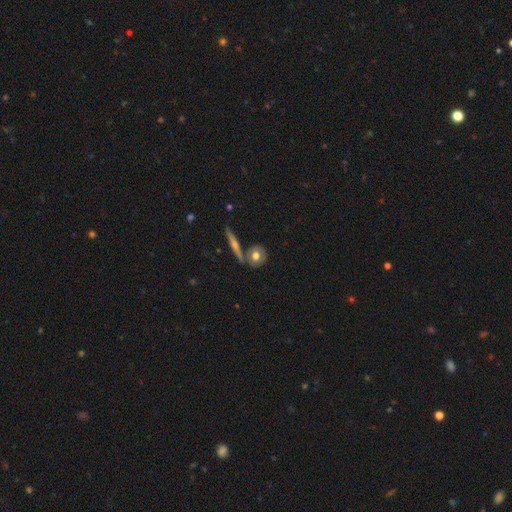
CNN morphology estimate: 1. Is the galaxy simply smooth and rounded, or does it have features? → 54% smooth, 39% featured or disk, 7% star or artifact.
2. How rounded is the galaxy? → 65% round, 27% in between, 8% cigar-shaped.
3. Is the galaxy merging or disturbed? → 71% none, 14% merger, 11% minor disturbance, 3% major disturbance.